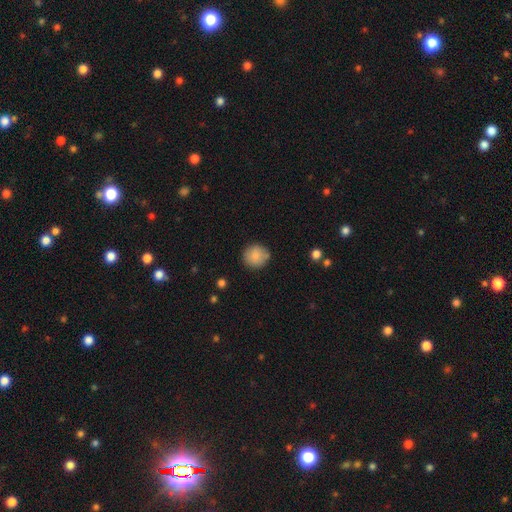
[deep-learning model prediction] This is clearly a smooth galaxy (86%). How rounded: clearly round (91%). Merging: clearly none (85%).